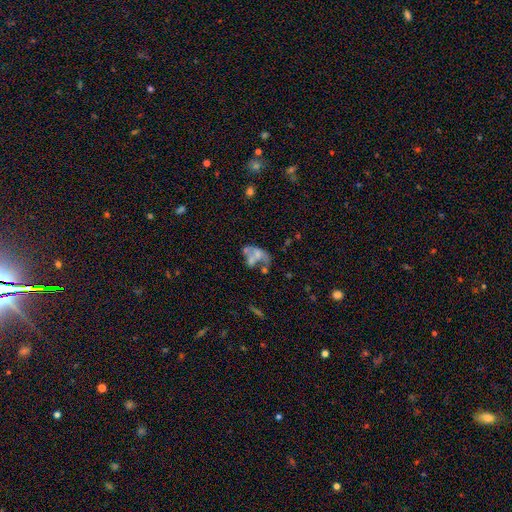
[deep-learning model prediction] This appears to be a featured or disk galaxy (52%) with no bar (90%), no spiral arms (92%) and no central bulge (58%). Merging: merger (42%).